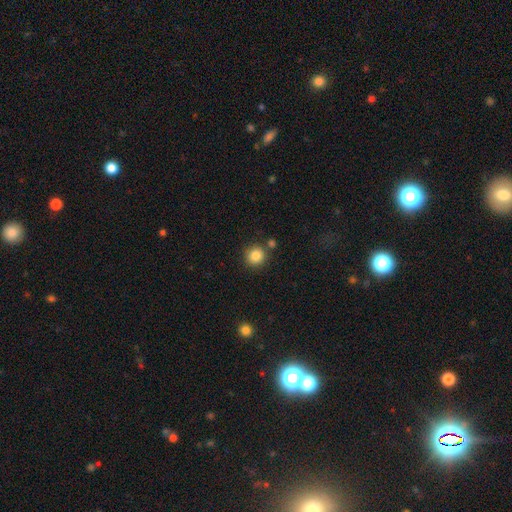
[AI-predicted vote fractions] smooth_or_featured: smooth (p=0.85) [alt: star or artifact p=0.10]
how_rounded: round (p=0.92) [alt: in between p=0.08]
merging: none (p=0.80) [alt: merger p=0.09]